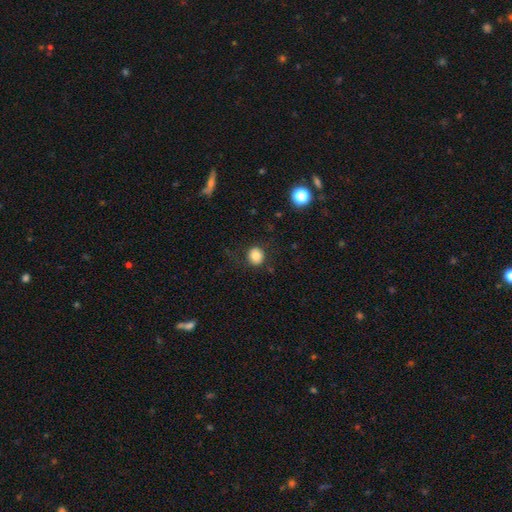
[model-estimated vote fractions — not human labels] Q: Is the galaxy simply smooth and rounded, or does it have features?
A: smooth — 81%.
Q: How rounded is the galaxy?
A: round — 79%.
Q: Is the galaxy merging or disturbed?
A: none — 83%.